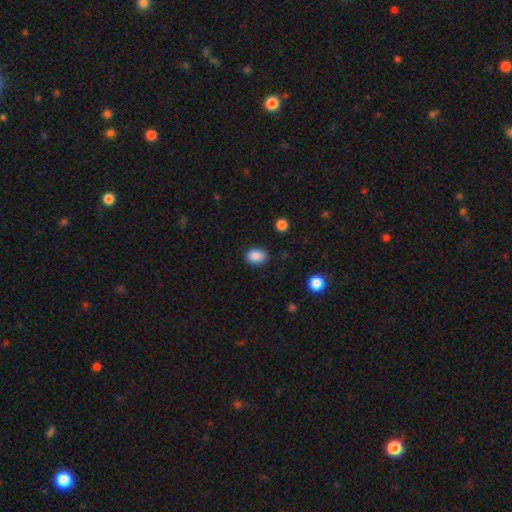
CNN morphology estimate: A smooth galaxy with no disk features (88%) that is in between round and cigar-shaped (71%). Merging: none (85%).